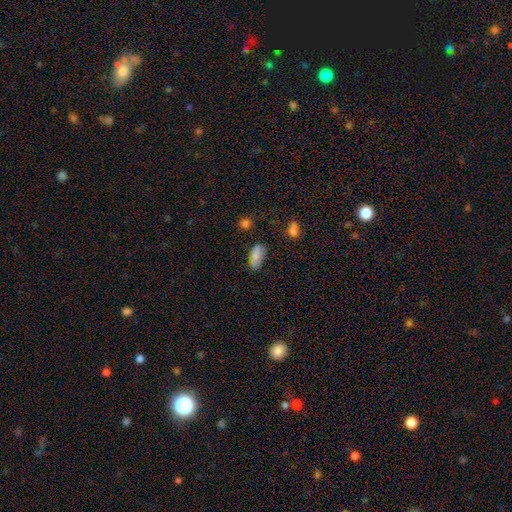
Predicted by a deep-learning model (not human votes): smooth-or-featured: smooth: 78% | star or artifact: 12% | featured or disk: 10%
  how-rounded: in between: 87% | cigar-shaped: 10% | round: 4%
  merging: none: 61% | minor disturbance: 26% | major disturbance: 8% | merger: 6%